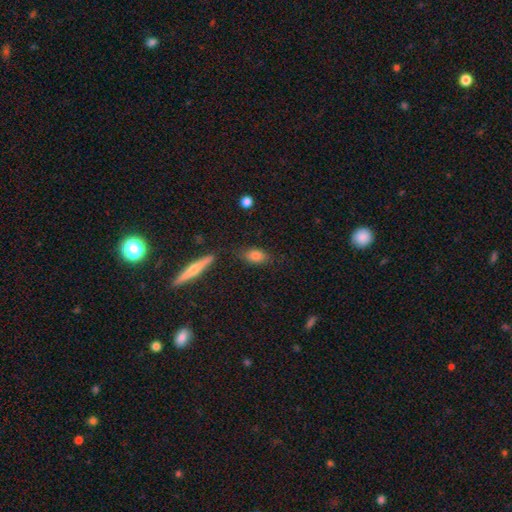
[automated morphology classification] A smooth galaxy with no disk features (78%) that is in between round and cigar-shaped (81%). Merging: none (77%).